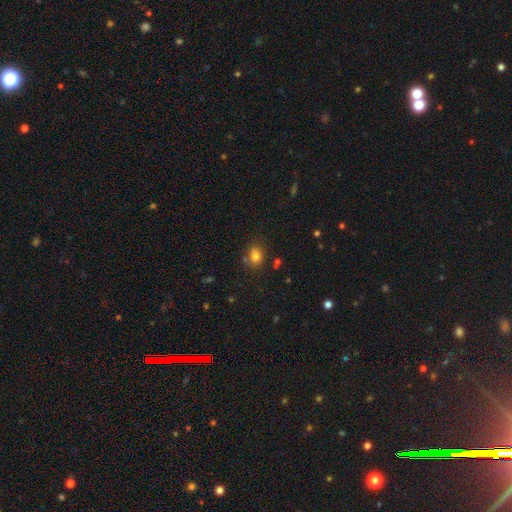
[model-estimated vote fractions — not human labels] Morphology: type=smooth (79%); roundness=in between (53%); merging=none (71%).